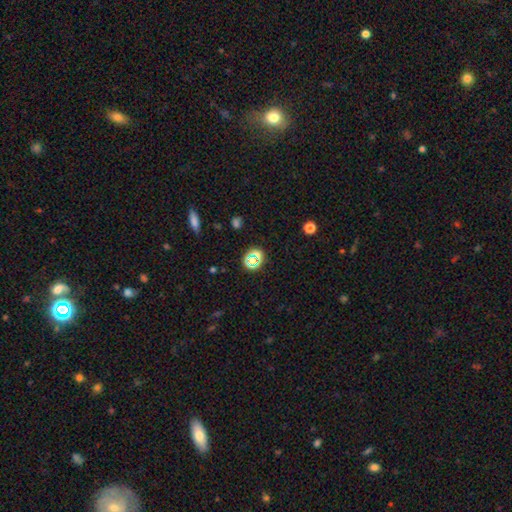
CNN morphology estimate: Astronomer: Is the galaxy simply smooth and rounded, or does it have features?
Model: star or artifact — 58%.